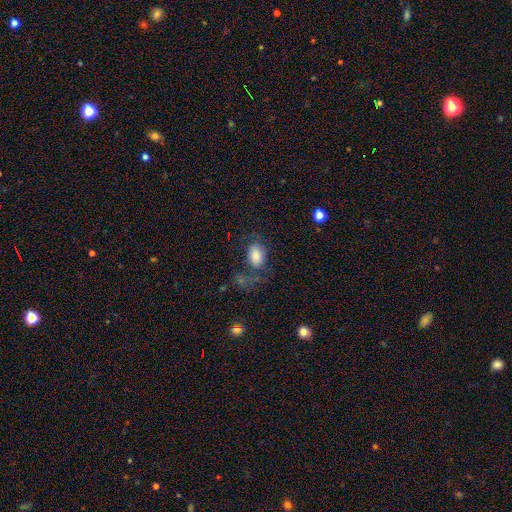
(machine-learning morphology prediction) smooth 80%, featured or disk 12%, star or artifact 9%. Down the decision tree: how rounded — in between (83%); merging — none (55%).